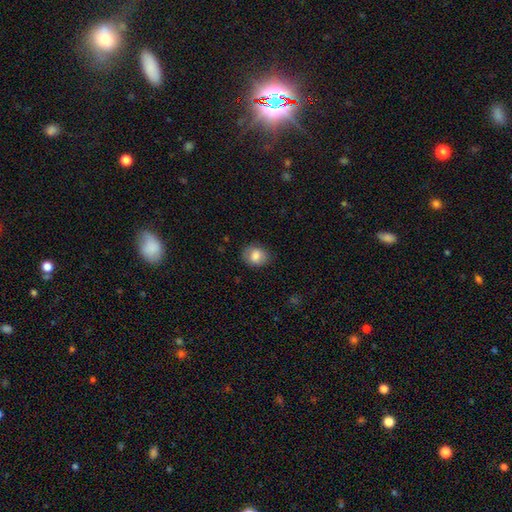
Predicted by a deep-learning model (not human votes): This appears to be a smooth galaxy with no disk features (83%) that is round (51%). Merging: none (81%).